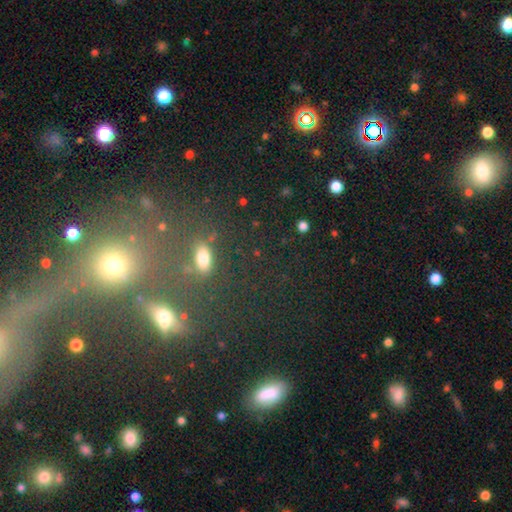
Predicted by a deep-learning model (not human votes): This appears to be a star or artifact, not a galaxy (46%).